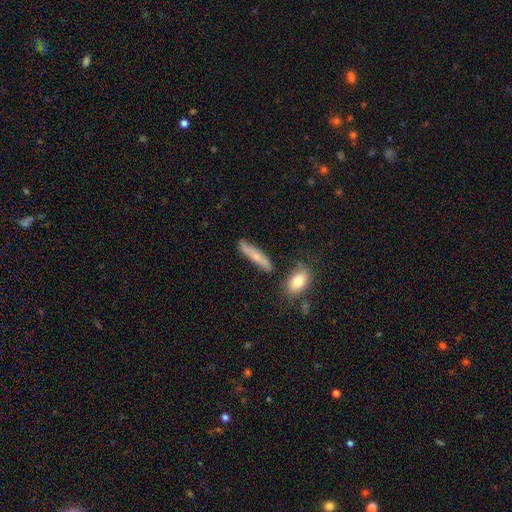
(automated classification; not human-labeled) Overall: smooth (60%; featured or disk 32%). How rounded: cigar-shaped (83%). Merging: none (74%).